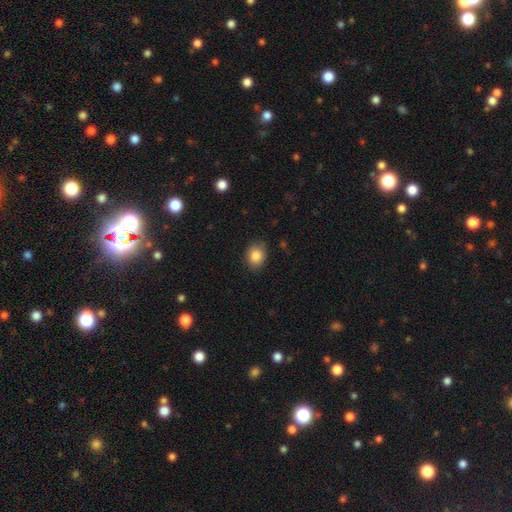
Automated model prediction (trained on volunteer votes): Smooth or featured: smooth — 86% (star or artifact — 8%)
How rounded: in between — 54% (round — 45%)
Merging: none — 84% (minor disturbance — 13%)